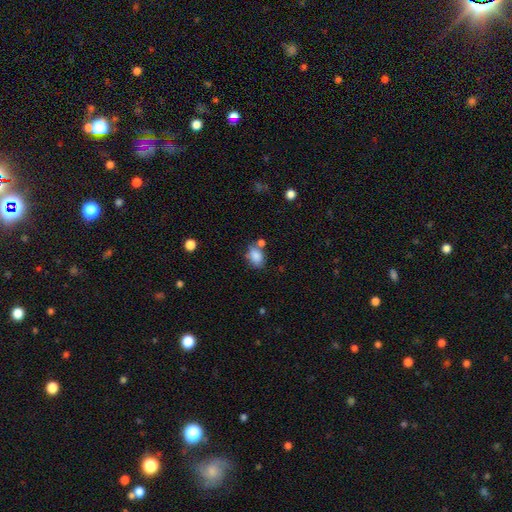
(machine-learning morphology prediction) smooth_or_featured: smooth (p=0.84) [alt: star or artifact p=0.09]
how_rounded: in between (p=0.76) [alt: round p=0.23]
merging: none (p=0.56) [alt: merger p=0.19]